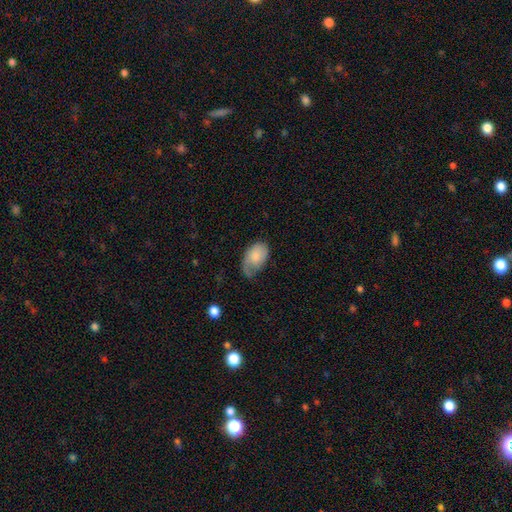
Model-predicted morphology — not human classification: Smooth or featured? smooth (67%)
How rounded? in between (91%)
Merging? none (41%)